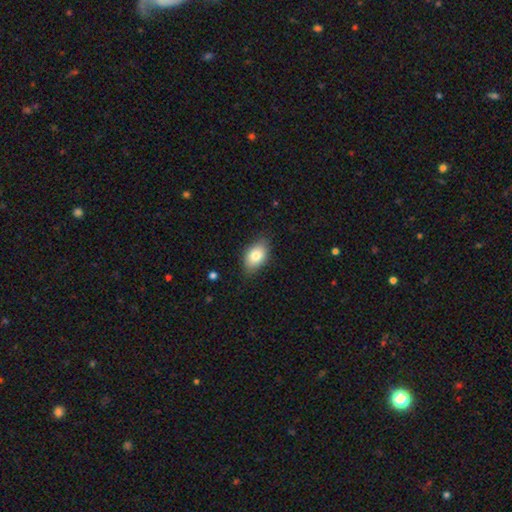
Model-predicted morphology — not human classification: The model was most divided on "merging": none: 82%, minor disturbance: 15%, major disturbance: 3%, merger: 1%. More confident: how rounded — in between (89%); smooth or featured — smooth (81%).